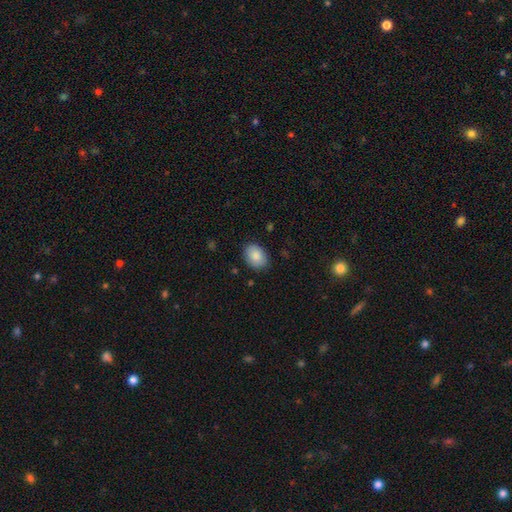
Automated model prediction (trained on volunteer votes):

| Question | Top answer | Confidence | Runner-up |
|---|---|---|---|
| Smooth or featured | smooth | 89% | star or artifact (6%) |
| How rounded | in between | 77% | round (22%) |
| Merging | none | 85% | minor disturbance (11%) |